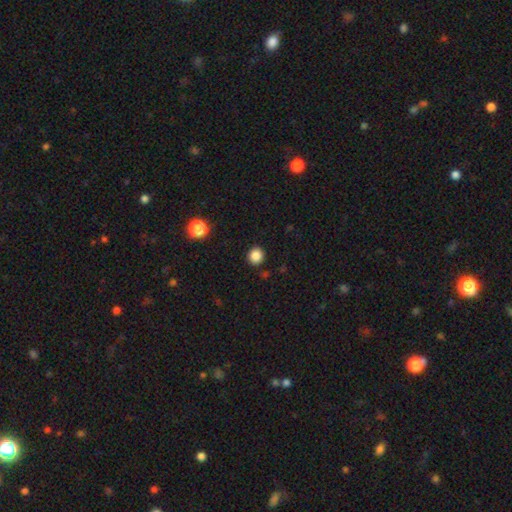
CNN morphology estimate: A smooth galaxy with no disk features (85%) that is round (87%). Merging: none (91%).